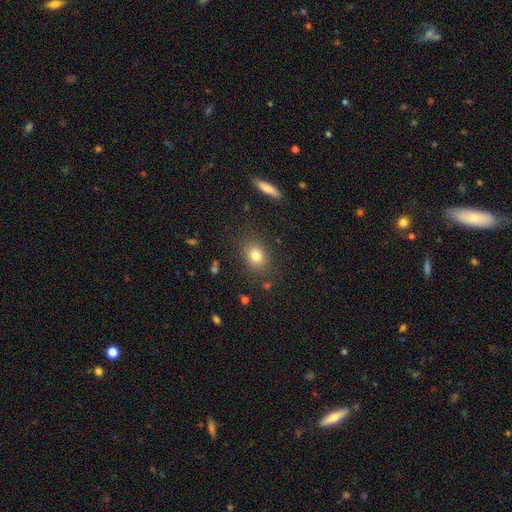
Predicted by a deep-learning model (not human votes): A smooth galaxy with no disk features (79%) that is in between round and cigar-shaped (55%).

Vote fractions:
- Smooth or featured? smooth: 79% / star or artifact: 12% / featured or disk: 9%
- How rounded? in between: 55% / round: 44% / cigar-shaped: 1%
- Merging? none: 84% / minor disturbance: 10% / major disturbance: 4% / merger: 2%